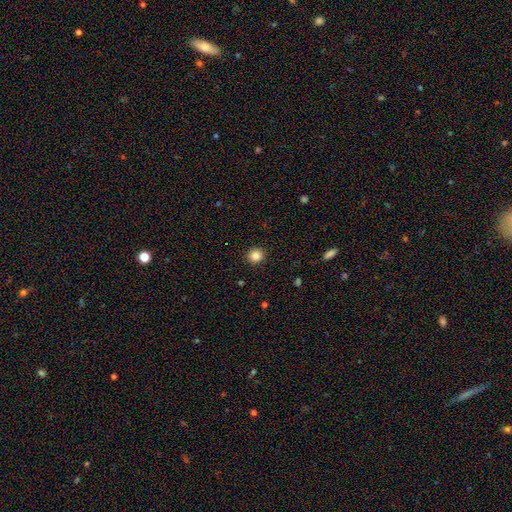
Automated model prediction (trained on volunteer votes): This is clearly a smooth galaxy (85%). How rounded: clearly round (91%). Merging: clearly none (92%).